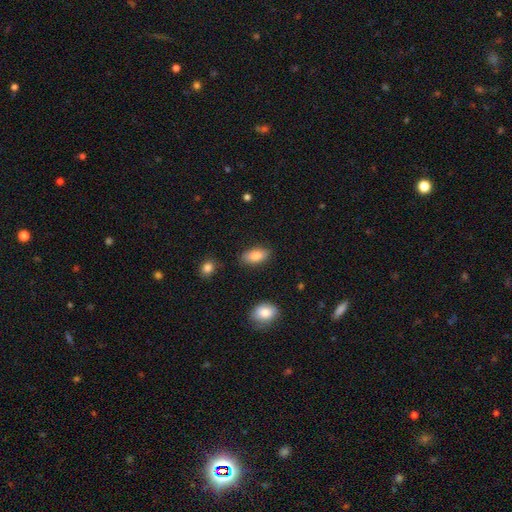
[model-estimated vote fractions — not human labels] Overall: smooth (83%). How rounded: in between (91%). Merging: none (85%).